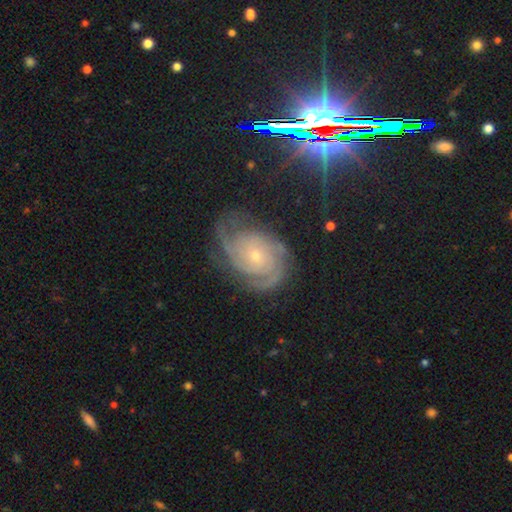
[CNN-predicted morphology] Smooth or featured: featured or disk — 84% (star or artifact — 9%)
Edge-on disk: no — 97% (yes — 3%)
Bar: no — 77% (weak — 18%)
Spiral arms: yes — 97% (no — 3%)
Spiral winding: tight — 66% (medium — 29%)
Spiral arm count: 3 — 32% (2 — 26%)
Bulge size: small — 72% (moderate — 24%)
Merging: none — 70% (minor disturbance — 20%)